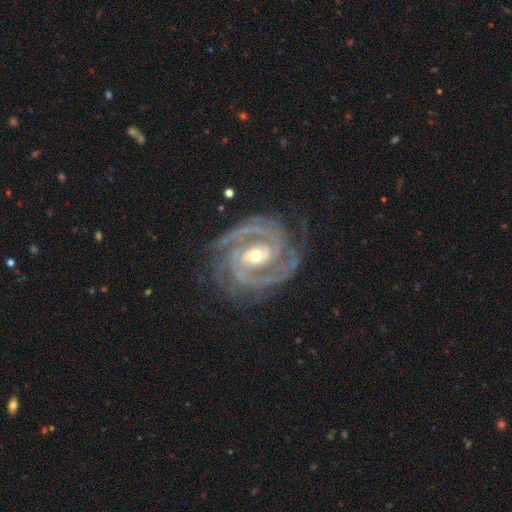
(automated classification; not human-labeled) Smooth or featured?
  - featured or disk: 93% *
  - star or artifact: 5%
  - smooth: 3%
Edge-on disk?
  - no: 97% *
  - yes: 3%
Bar?
  - strong: 43% *
  - weak: 36%
  - no: 21%
Spiral arms?
  - yes: 99% *
  - no: 1%
Spiral winding?
  - tight: 65% *
  - medium: 31%
  - loose: 4%
Spiral arm count?
  - 2: 51% *
  - 3: 28%
  - 4: 7%
  - can't tell: 7%
  - more than 4: 4%
  - 1: 4%
Bulge size?
  - moderate: 55% *
  - small: 41%
  - large: 3%
  - none: 1%
  - dominant: 1%
Merging?
  - none: 78% *
  - minor disturbance: 15%
  - major disturbance: 6%
  - merger: 1%